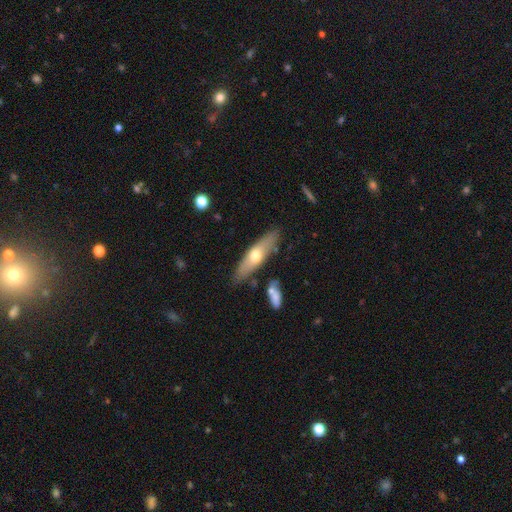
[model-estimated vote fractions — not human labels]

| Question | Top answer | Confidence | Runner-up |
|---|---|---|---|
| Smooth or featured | smooth | 53% | featured or disk (42%) |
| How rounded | cigar-shaped | 63% | in between (35%) |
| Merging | none | 82% | minor disturbance (12%) |